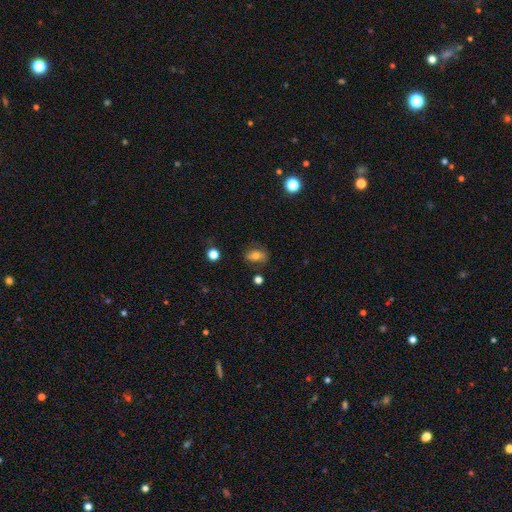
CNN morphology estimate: Q: Smooth or featured?
A: smooth (72%); runner-up: featured or disk (16%)
Q: How rounded?
A: in between (78%); runner-up: round (19%)
Q: Merging?
A: none (74%); runner-up: minor disturbance (18%)